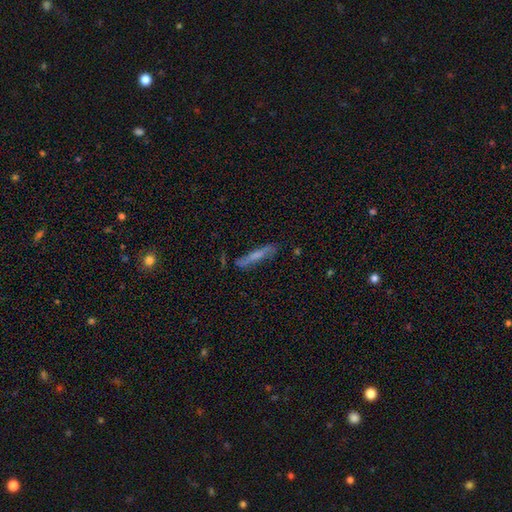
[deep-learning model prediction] Morphology: type=smooth (49%); merging=none (73%).